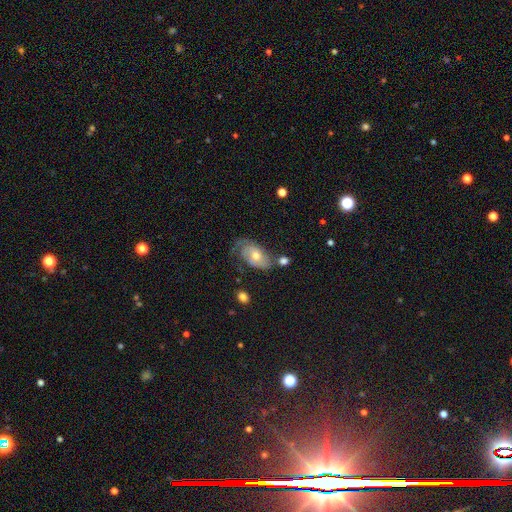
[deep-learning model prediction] Morphology: type=featured or disk (61%); edge-on=no (93%); bar=no (75%); spiral arms=yes (79%); bulge=moderate (69%); merging=none (48%).